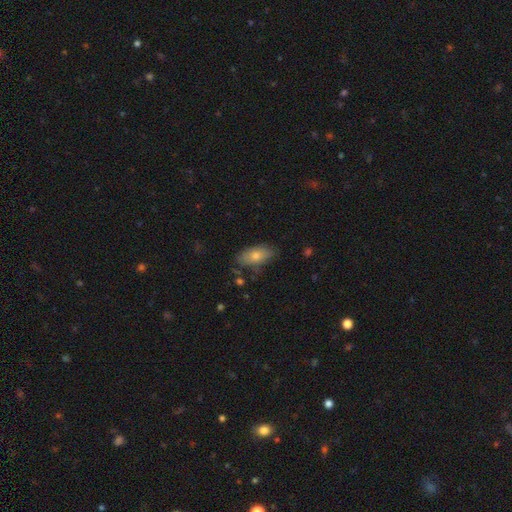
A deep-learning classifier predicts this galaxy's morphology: Smooth or featured? Predicted: smooth (p=0.71). How rounded? Predicted: in between (p=0.86). Merging? Predicted: none (p=0.79).